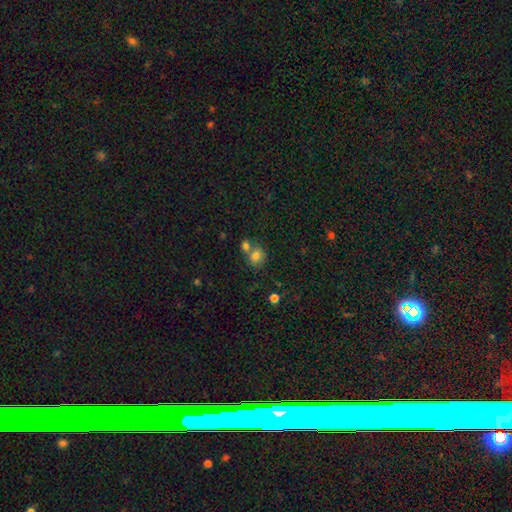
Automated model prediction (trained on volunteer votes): Smooth or featured: smooth — 78% (star or artifact — 11%)
How rounded: round — 58% (in between — 41%)
Merging: merger — 44% (none — 42%)